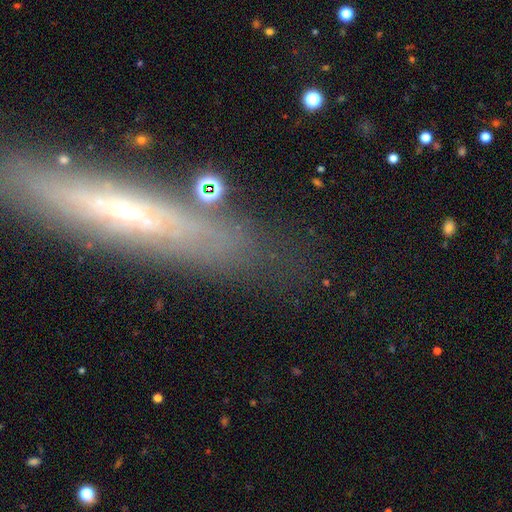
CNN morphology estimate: Smooth or featured: featured or disk — 64% (smooth — 24%)
Edge-on disk: yes — 73% (no — 27%)
Merging: none — 80% (minor disturbance — 13%)